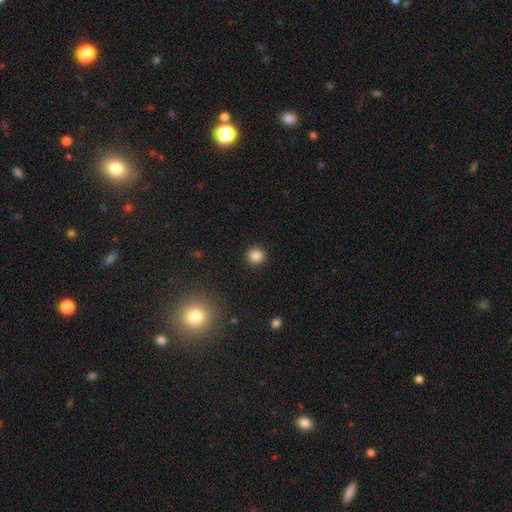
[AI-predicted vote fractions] Morphology: type=smooth (85%); roundness=round (94%); merging=none (92%).